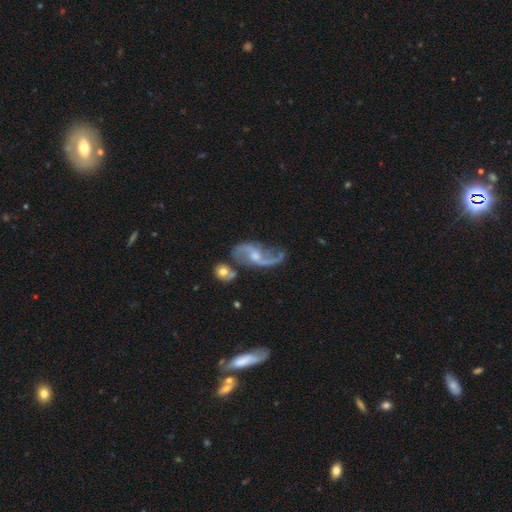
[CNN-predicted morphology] This is clearly a featured or disk galaxy (88%). It is clearly not viewed edge-on (96%). Bar: possibly no (48%). Spiral arm pattern: clearly yes (95%). Spiral arm count: clearly 2 (90%). Spiral winding: likely loose (79%). Central bulge: possibly small (46%, tied with moderate). Merging: possibly none (50%).